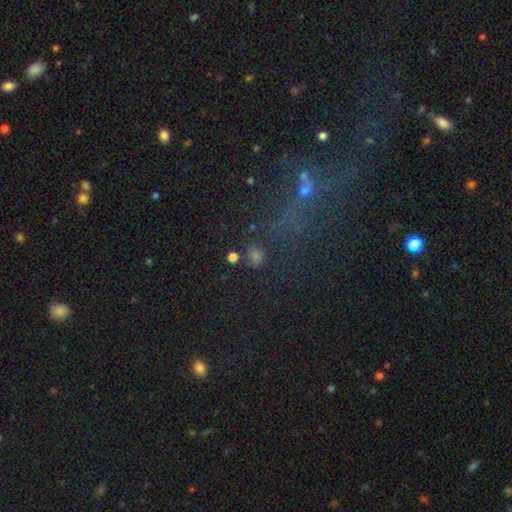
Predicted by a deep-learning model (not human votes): Smooth or featured: smooth — 51% (star or artifact — 38%)
How rounded: round — 71% (in between — 26%)
Merging: none — 63% (merger — 13%)